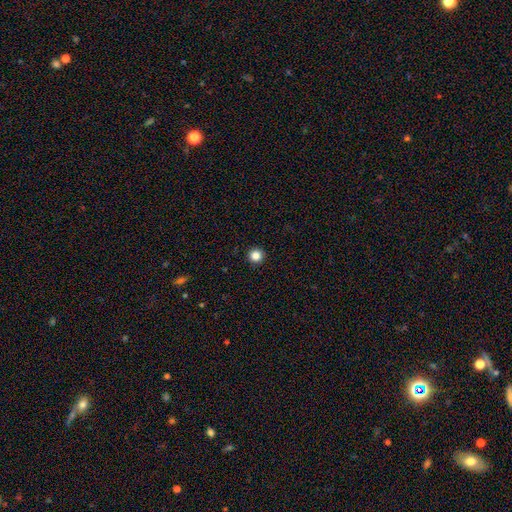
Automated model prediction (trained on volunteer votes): smooth-or-featured: smooth: 86% | star or artifact: 11% | featured or disk: 3%
  how-rounded: round: 96% | in between: 3% | cigar-shaped: 1%
  merging: none: 94% | minor disturbance: 4% | major disturbance: 1% | merger: 1%